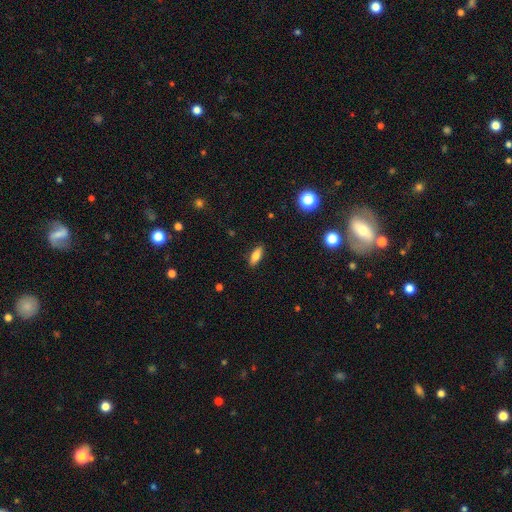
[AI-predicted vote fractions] Morphology: type=smooth (75%); roundness=in between (70%); merging=none (89%).